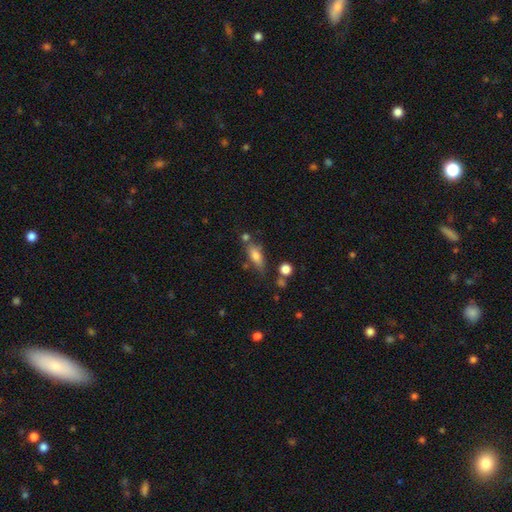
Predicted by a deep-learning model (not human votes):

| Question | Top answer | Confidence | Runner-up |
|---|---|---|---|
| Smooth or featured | smooth | 69% | featured or disk (22%) |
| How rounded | in between | 65% | cigar-shaped (30%) |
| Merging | none | 62% | minor disturbance (19%) |